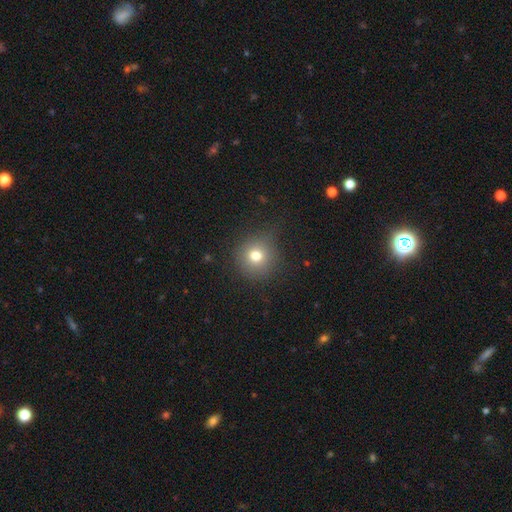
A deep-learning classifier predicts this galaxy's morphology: This is likely a smooth galaxy (74%). How rounded: clearly round (93%). Merging: likely none (79%).